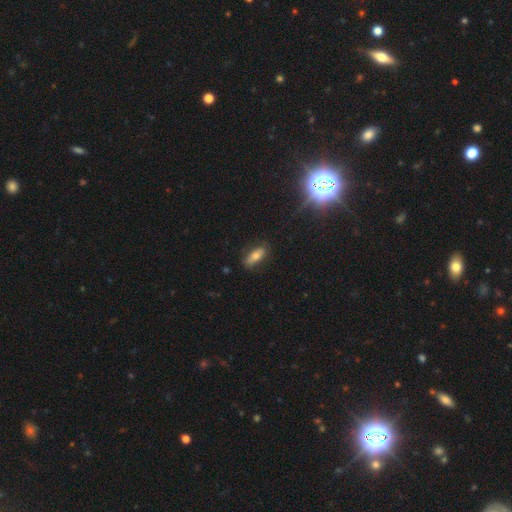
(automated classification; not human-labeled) Smooth or featured: smooth — 69% (featured or disk — 21%)
How rounded: in between — 69% (cigar-shaped — 27%)
Merging: none — 78% (minor disturbance — 16%)